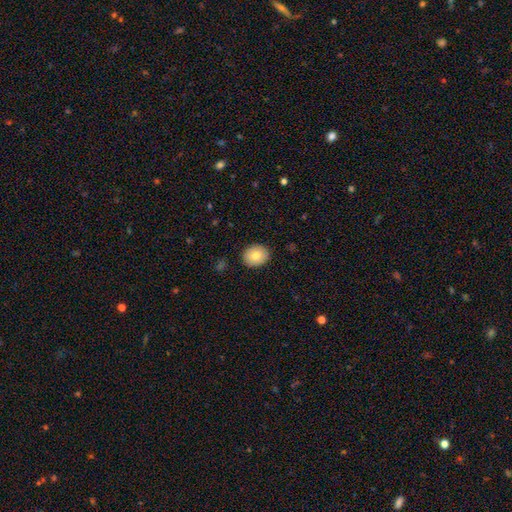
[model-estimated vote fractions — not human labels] Q: Smooth or featured?
A: smooth (80%); runner-up: featured or disk (12%)
Q: How rounded?
A: round (59%); runner-up: in between (40%)
Q: Merging?
A: none (89%); runner-up: minor disturbance (8%)